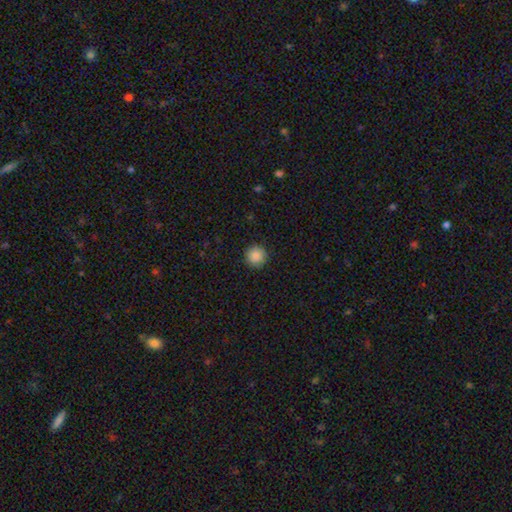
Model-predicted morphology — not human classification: Smooth or featured: smooth — 88% (star or artifact — 9%)
How rounded: round — 96% (in between — 3%)
Merging: none — 92% (minor disturbance — 5%)